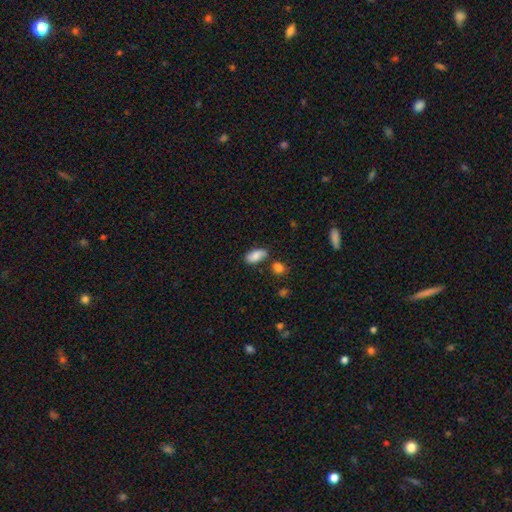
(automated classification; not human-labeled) Q: Smooth or featured?
A: smooth (84%); runner-up: featured or disk (9%)
Q: How rounded?
A: in between (91%); runner-up: cigar-shaped (6%)
Q: Merging?
A: none (68%); runner-up: minor disturbance (19%)